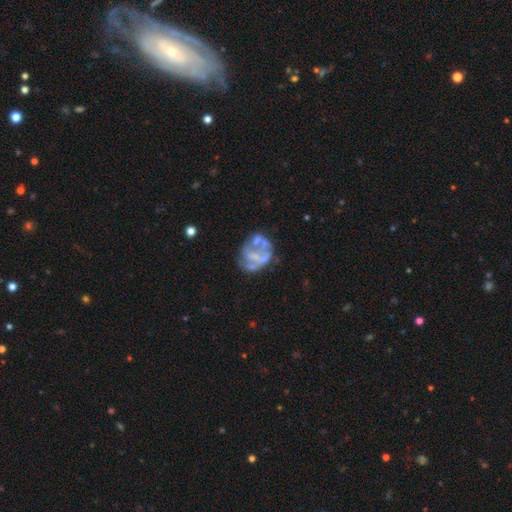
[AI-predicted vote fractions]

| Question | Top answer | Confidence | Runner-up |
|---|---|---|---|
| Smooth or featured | featured or disk | 67% | smooth (22%) |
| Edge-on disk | no | 98% | yes (2%) |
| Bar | no | 73% | weak (18%) |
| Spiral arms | no | 82% | yes (18%) |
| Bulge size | none | 64% | small (20%) |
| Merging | none | 47% | major disturbance (23%) |